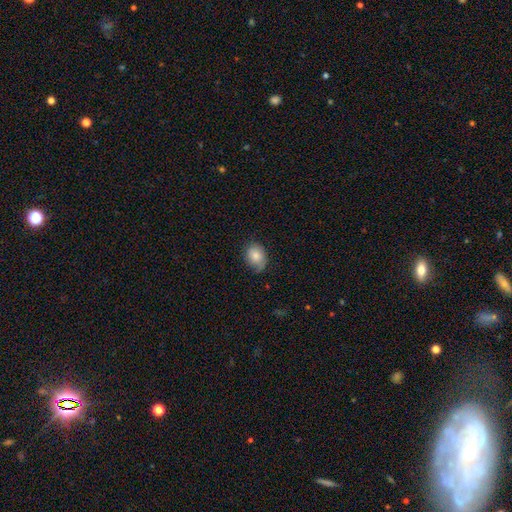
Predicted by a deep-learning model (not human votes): A smooth galaxy with no disk features (81%) that is in between round and cigar-shaped (66%).

Vote fractions:
- Smooth or featured? smooth: 81% / featured or disk: 11% / star or artifact: 8%
- How rounded? in between: 66% / round: 33% / cigar-shaped: 1%
- Merging? none: 66% / minor disturbance: 27% / major disturbance: 6% / merger: 1%